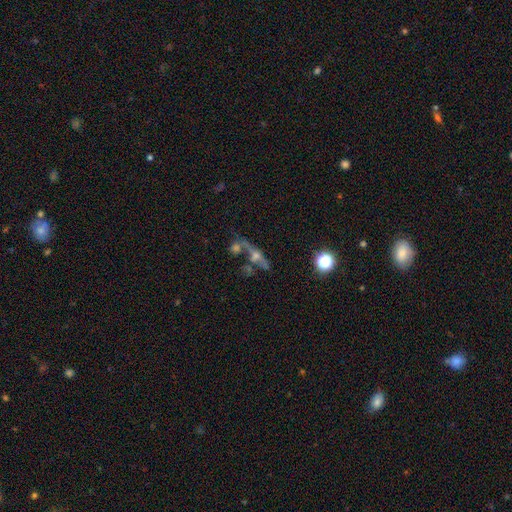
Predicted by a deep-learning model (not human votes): Q: Smooth or featured?
A: featured or disk (56%); runner-up: smooth (22%)
Q: Edge-on disk?
A: yes (59%); runner-up: no (41%)
Q: Merging?
A: none (43%); runner-up: merger (32%)